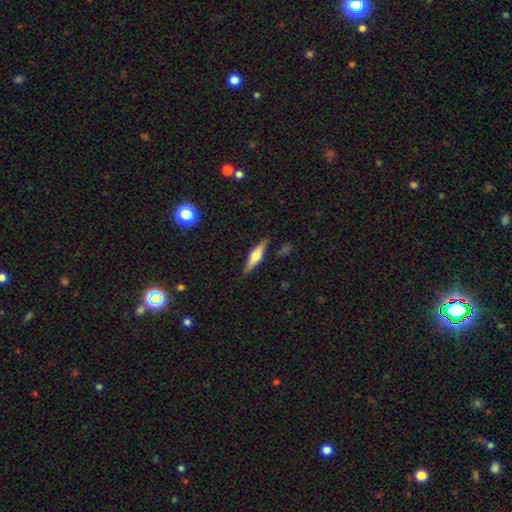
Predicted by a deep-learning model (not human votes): Morphology: type=featured or disk (62%); edge-on=yes (96%); edge-on bulge=rounded (90%); merging=none (87%).